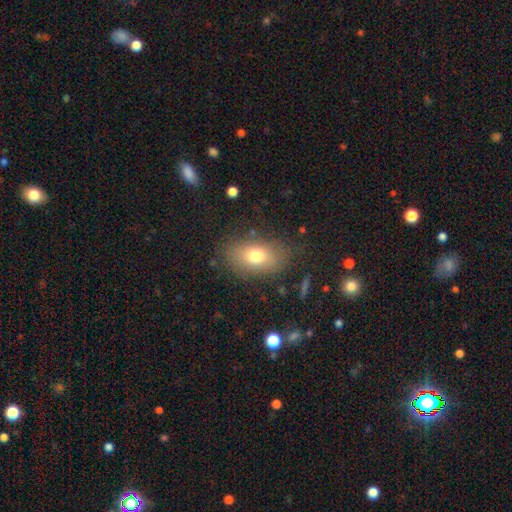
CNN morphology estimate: Smooth or featured: smooth — 74% (featured or disk — 16%)
How rounded: in between — 83% (round — 15%)
Merging: none — 76% (minor disturbance — 15%)